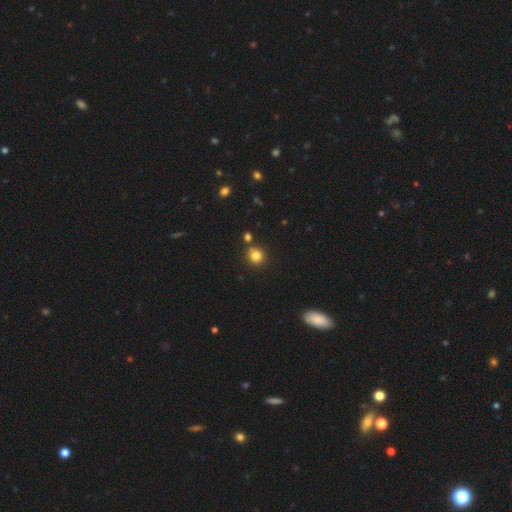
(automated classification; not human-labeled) smooth 82%, star or artifact 12%, featured or disk 6%. Down the decision tree: how rounded — round (88%); merging — none (78%).